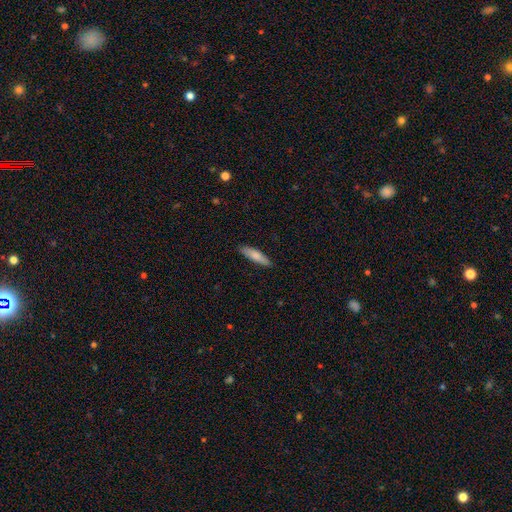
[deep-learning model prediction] Smooth or featured?
  - smooth: 80% *
  - featured or disk: 14%
  - star or artifact: 6%
How rounded?
  - cigar-shaped: 72% *
  - in between: 26%
  - round: 1%
Merging?
  - none: 88% *
  - minor disturbance: 9%
  - major disturbance: 2%
  - merger: 1%